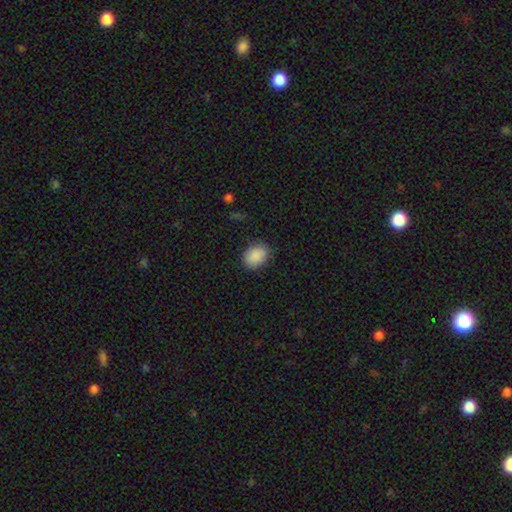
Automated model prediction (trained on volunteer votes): Morphology: type=smooth (89%); roundness=in between (68%); merging=none (83%).